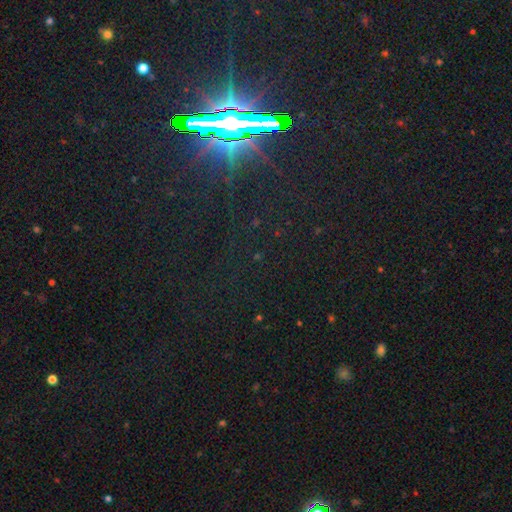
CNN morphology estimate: A star or artifact, not a galaxy (83%).

Vote fractions:
- Smooth or featured? star or artifact: 83% / smooth: 9% / featured or disk: 8%